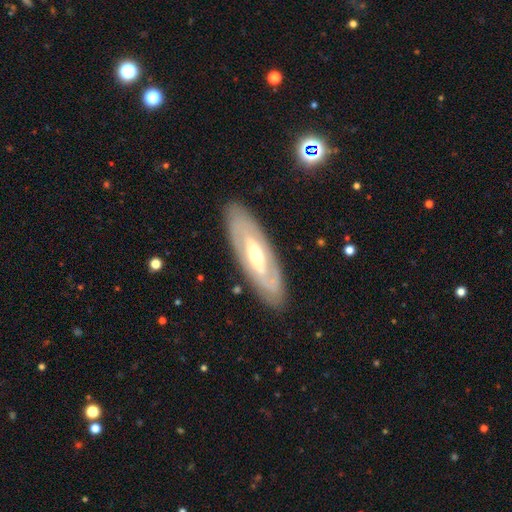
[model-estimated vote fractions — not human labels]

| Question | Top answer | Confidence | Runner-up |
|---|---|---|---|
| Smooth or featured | featured or disk | 71% | smooth (24%) |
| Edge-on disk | no | 82% | yes (18%) |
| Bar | no | 60% | weak (25%) |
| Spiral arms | no | 56% | yes (44%) |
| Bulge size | moderate | 66% | small (24%) |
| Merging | none | 86% | minor disturbance (10%) |